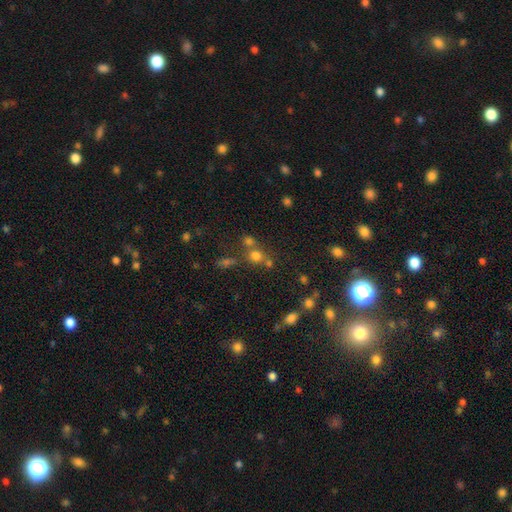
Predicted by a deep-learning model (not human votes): smooth_or_featured: smooth (p=0.69) [alt: star or artifact p=0.21]
how_rounded: round (p=0.82) [alt: in between p=0.17]
merging: none (p=0.57) [alt: merger p=0.29]